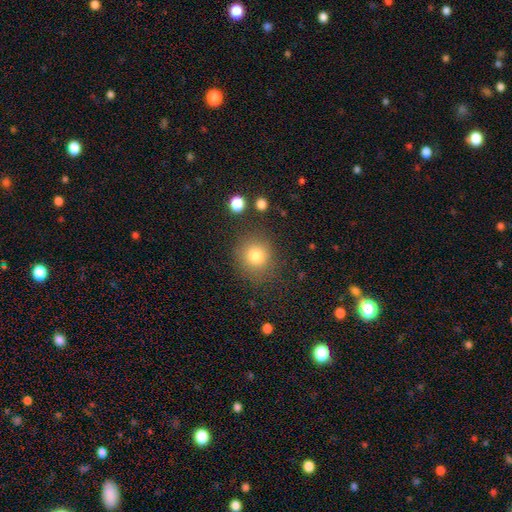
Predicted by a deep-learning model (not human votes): A smooth galaxy with no disk features (79%) that is round (86%). Merging: none (82%).